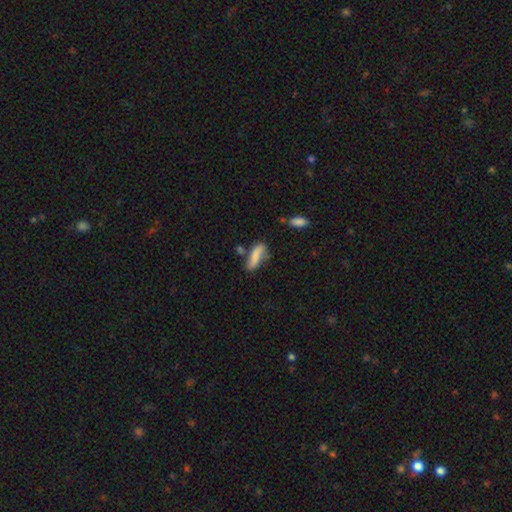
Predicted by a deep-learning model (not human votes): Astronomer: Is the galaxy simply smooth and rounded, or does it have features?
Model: smooth — 64%.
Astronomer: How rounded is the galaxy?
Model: in between — 54% (runner-up: cigar-shaped, 43%).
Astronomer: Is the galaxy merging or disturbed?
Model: none — 51% (runner-up: minor disturbance, 29%).